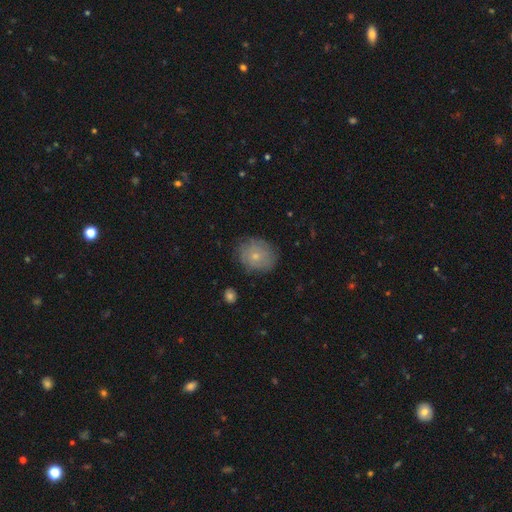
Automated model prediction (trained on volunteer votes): Smooth or featured? smooth (56%)
How rounded? round (68%)
Merging? none (77%)